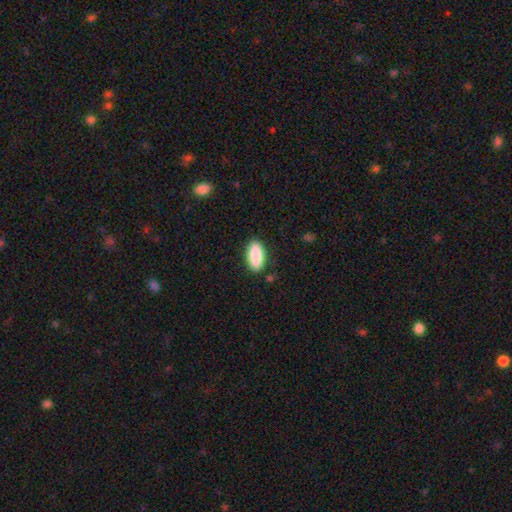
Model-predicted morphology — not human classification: smooth 88%, star or artifact 6%, featured or disk 5%. Down the decision tree: how rounded — in between (88%); merging — none (86%).